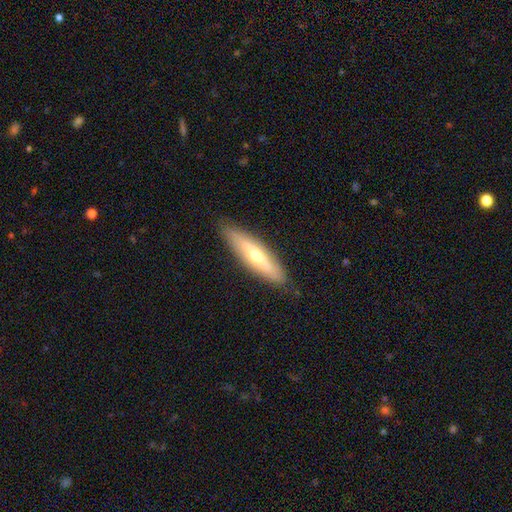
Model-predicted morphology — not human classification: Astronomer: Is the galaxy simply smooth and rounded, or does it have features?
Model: featured or disk — 48% (runner-up: smooth, 45%).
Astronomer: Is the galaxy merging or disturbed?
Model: none — 88%.